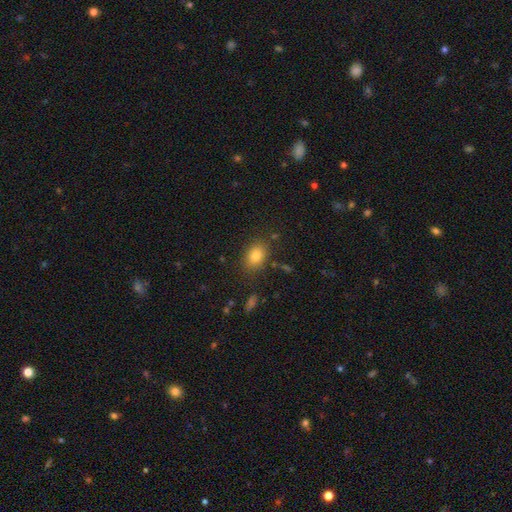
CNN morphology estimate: smooth_or_featured: smooth (p=0.82) [alt: star or artifact p=0.11]
how_rounded: in between (p=0.72) [alt: round p=0.27]
merging: none (p=0.82) [alt: minor disturbance p=0.12]